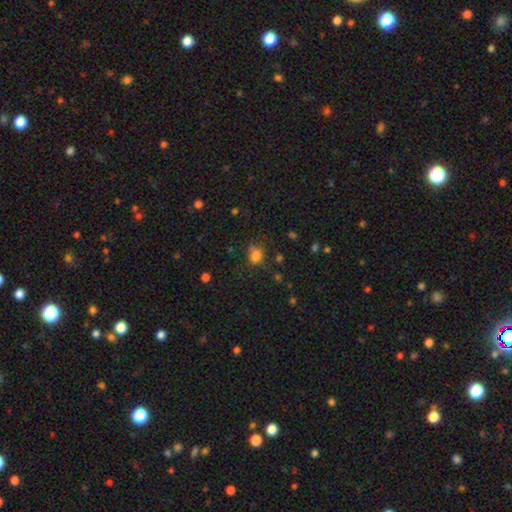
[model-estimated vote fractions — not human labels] Smooth or featured? smooth (75%)
How rounded? in between (51%)
Merging? none (53%)